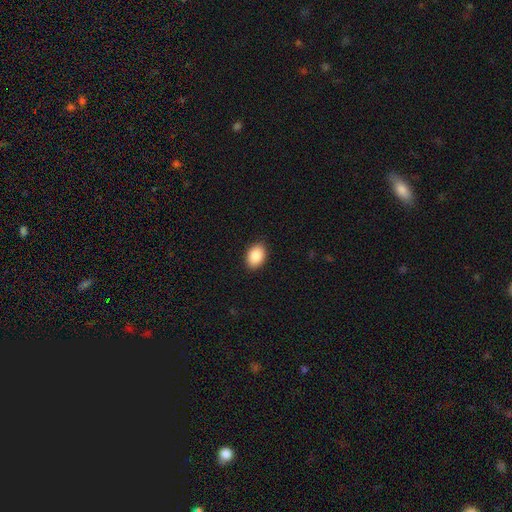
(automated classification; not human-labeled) A smooth galaxy with no disk features (89%) that is in between round and cigar-shaped (83%).

Vote fractions:
- Smooth or featured? smooth: 89% / star or artifact: 7% / featured or disk: 4%
- How rounded? in between: 83% / round: 16% / cigar-shaped: 1%
- Merging? none: 89% / minor disturbance: 9% / major disturbance: 2% / merger: 1%